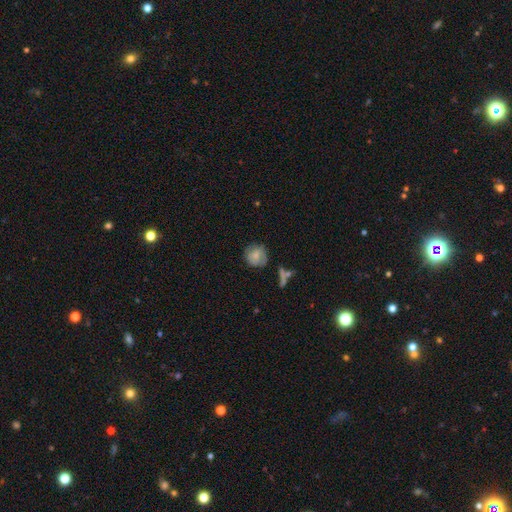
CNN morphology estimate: smooth-or-featured: smooth: 58% | featured or disk: 33% | star or artifact: 9%
  how-rounded: round: 80% | in between: 18% | cigar-shaped: 1%
  merging: none: 63% | minor disturbance: 24% | major disturbance: 9% | merger: 5%